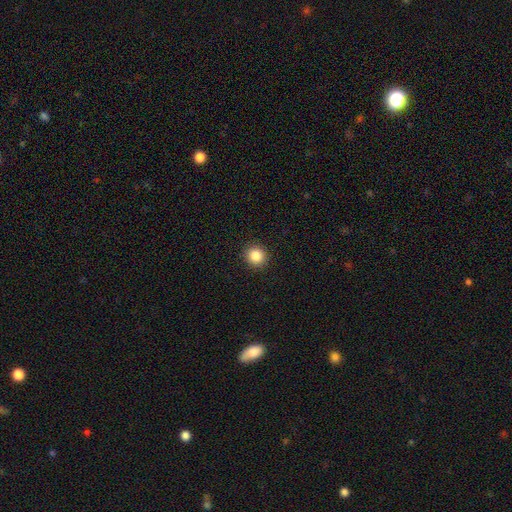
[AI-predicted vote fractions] A smooth galaxy with no disk features (86%) that is round (92%).

Vote fractions:
- Smooth or featured? smooth: 86% / star or artifact: 10% / featured or disk: 4%
- How rounded? round: 92% / in between: 7% / cigar-shaped: 1%
- Merging? none: 92% / minor disturbance: 5% / major disturbance: 2% / merger: 1%